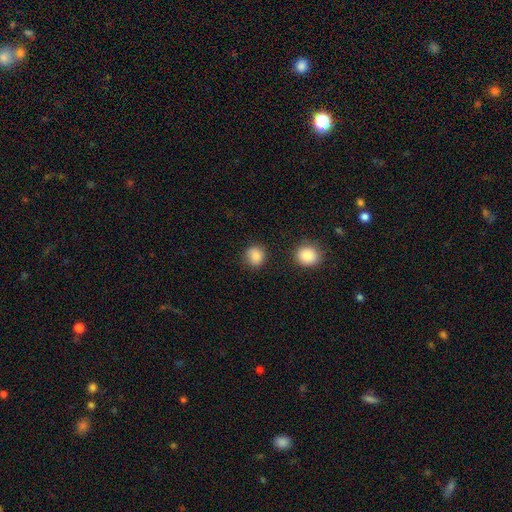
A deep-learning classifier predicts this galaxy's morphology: type=smooth (85%); roundness=round (89%); merging=none (85%).